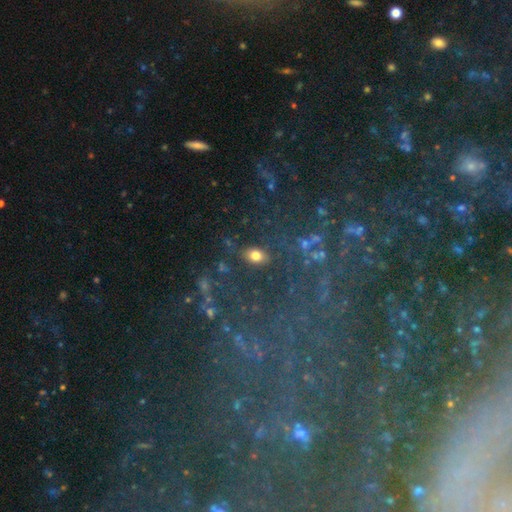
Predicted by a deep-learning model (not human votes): Morphology: type=smooth (72%); roundness=in between (80%); merging=none (81%).